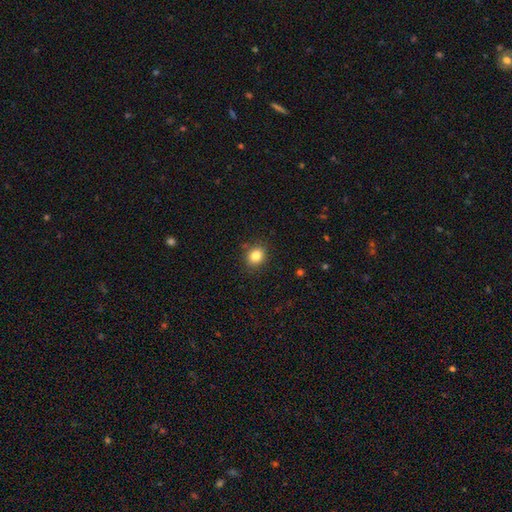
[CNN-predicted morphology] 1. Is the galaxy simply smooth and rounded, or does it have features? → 83% smooth, 11% star or artifact, 6% featured or disk.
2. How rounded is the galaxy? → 72% round, 27% in between, 1% cigar-shaped.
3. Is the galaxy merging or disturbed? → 86% none, 10% minor disturbance, 3% major disturbance, 2% merger.